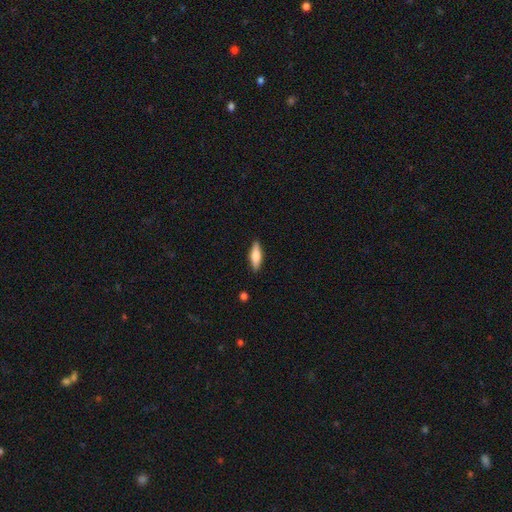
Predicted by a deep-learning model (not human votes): Morphology: type=smooth (69%); roundness=cigar-shaped (49%, tied with in between); merging=none (88%).